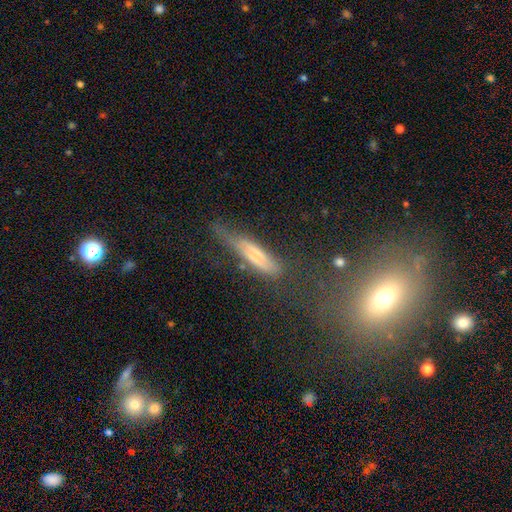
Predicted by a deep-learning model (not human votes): Smooth or featured?
  - smooth: 50% *
  - featured or disk: 38%
  - star or artifact: 11%
How rounded?
  - cigar-shaped: 79% *
  - in between: 19%
  - round: 3%
Merging?
  - none: 38% *
  - minor disturbance: 35%
  - major disturbance: 22%
  - merger: 6%